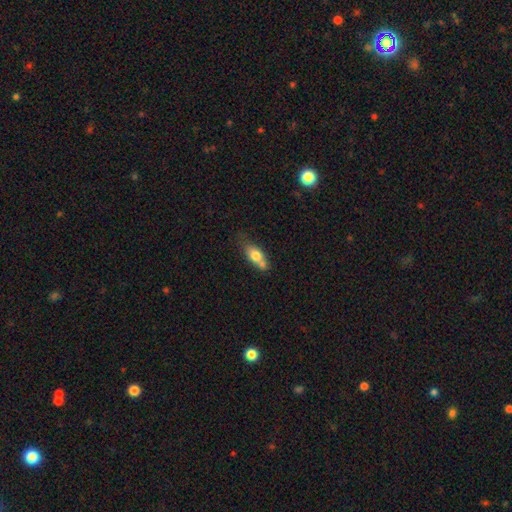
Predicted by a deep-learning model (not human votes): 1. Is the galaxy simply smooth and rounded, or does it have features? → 70% smooth, 22% featured or disk, 8% star or artifact.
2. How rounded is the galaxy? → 74% in between, 17% cigar-shaped, 9% round.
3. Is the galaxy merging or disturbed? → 38% none, 37% merger, 19% minor disturbance, 6% major disturbance.